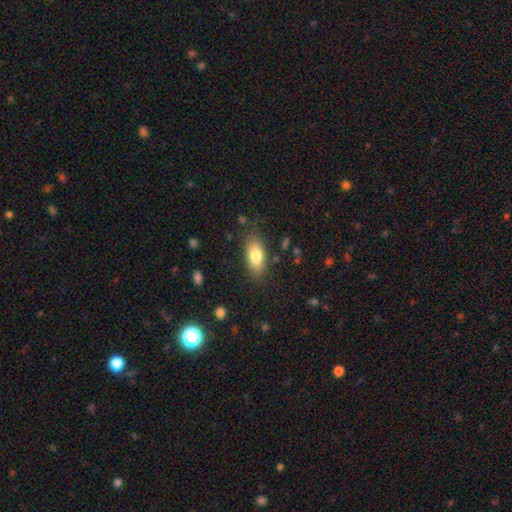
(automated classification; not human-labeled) This appears to be a smooth galaxy with no disk features (80%) that is in between round and cigar-shaped (87%). Merging: none (80%).